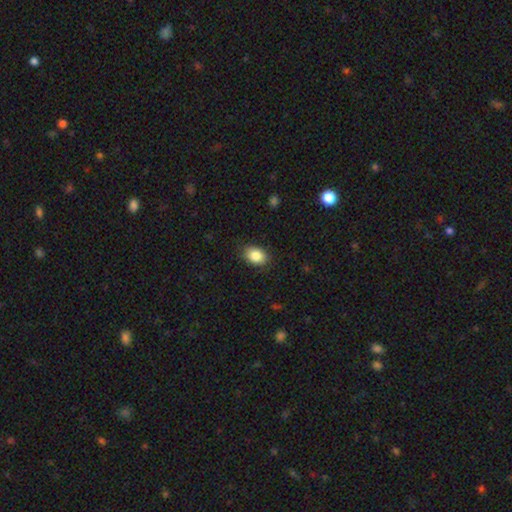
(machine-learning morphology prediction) smooth_or_featured: smooth (p=0.86) [alt: star or artifact p=0.08]
how_rounded: in between (p=0.80) [alt: round p=0.19]
merging: none (p=0.85) [alt: minor disturbance p=0.12]